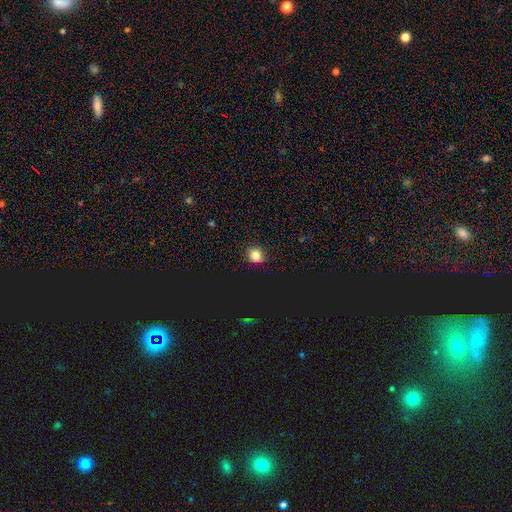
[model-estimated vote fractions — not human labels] Q: Smooth or featured?
A: smooth (79%); runner-up: star or artifact (16%)
Q: How rounded?
A: round (82%); runner-up: in between (17%)
Q: Merging?
A: none (88%); runner-up: minor disturbance (9%)